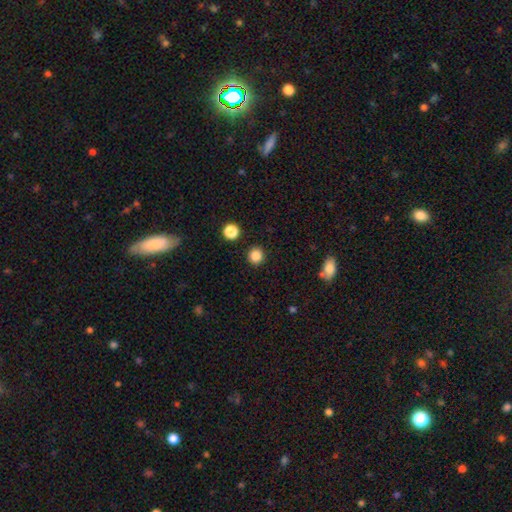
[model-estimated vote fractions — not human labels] Smooth or featured?
  - smooth: 86% *
  - star or artifact: 11%
  - featured or disk: 3%
How rounded?
  - round: 90% *
  - in between: 9%
  - cigar-shaped: 1%
Merging?
  - none: 91% *
  - minor disturbance: 5%
  - major disturbance: 2%
  - merger: 2%